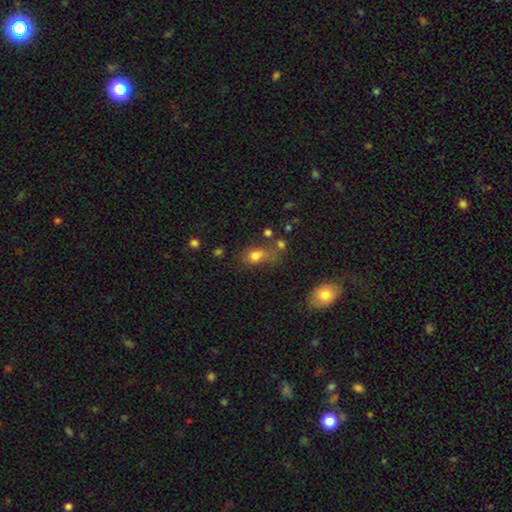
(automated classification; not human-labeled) Q: Smooth or featured?
A: smooth (77%); runner-up: star or artifact (13%)
Q: How rounded?
A: in between (66%); runner-up: round (32%)
Q: Merging?
A: none (44%); runner-up: minor disturbance (24%)